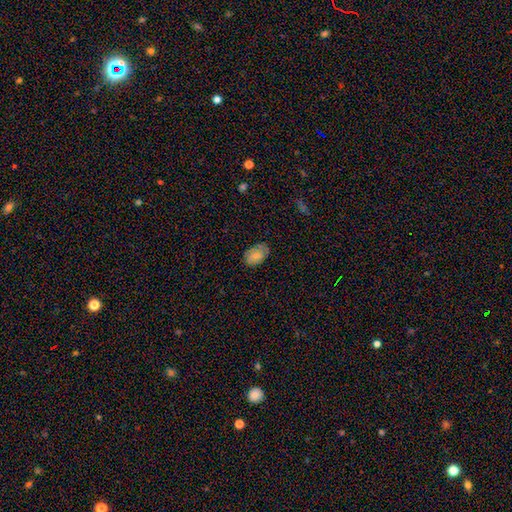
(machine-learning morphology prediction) Q: Smooth or featured?
A: smooth (76%); runner-up: featured or disk (16%)
Q: How rounded?
A: in between (85%); runner-up: round (14%)
Q: Merging?
A: none (71%); runner-up: minor disturbance (23%)